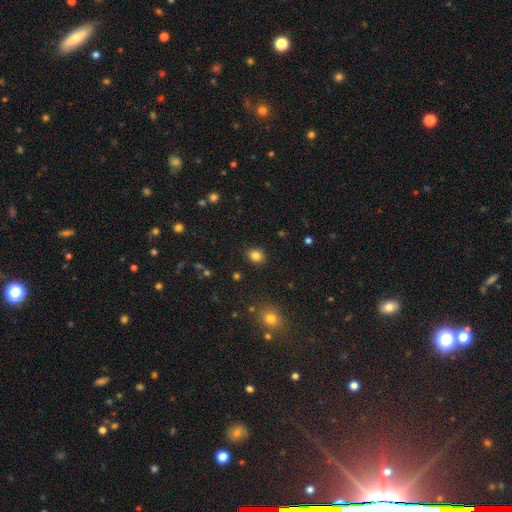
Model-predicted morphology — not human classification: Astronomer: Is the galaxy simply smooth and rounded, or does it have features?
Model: smooth — 83%.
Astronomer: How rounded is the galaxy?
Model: round — 61% (runner-up: in between, 38%).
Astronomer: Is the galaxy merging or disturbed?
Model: none — 87%.